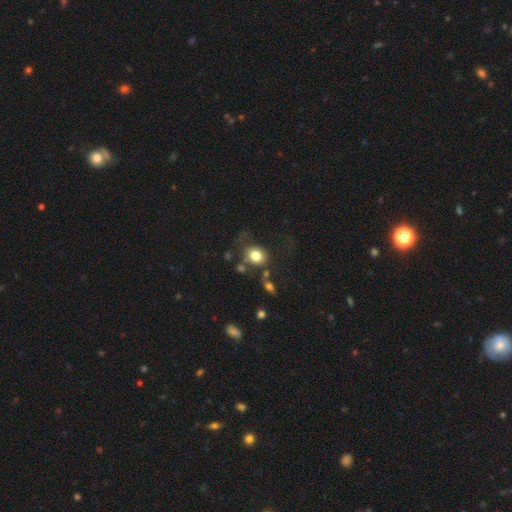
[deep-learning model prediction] A smooth galaxy with no disk features (80%) that is round (64%).

Vote fractions:
- Smooth or featured? smooth: 80% / featured or disk: 10% / star or artifact: 10%
- How rounded? round: 64% / in between: 35% / cigar-shaped: 1%
- Merging? none: 59% / minor disturbance: 19% / major disturbance: 13% / merger: 9%